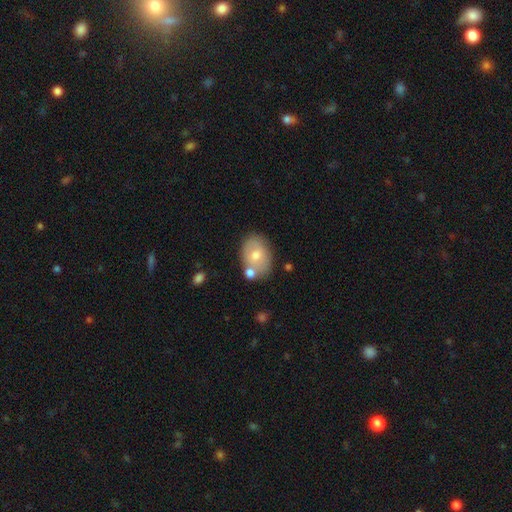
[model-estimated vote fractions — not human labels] Smooth or featured? smooth (67%)
How rounded? in between (75%)
Merging? none (63%)